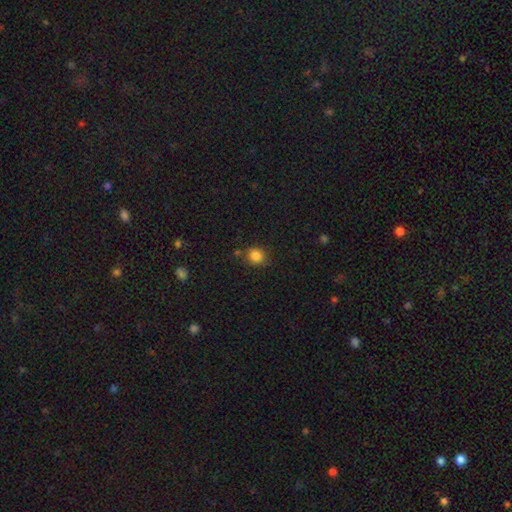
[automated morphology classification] This is clearly a smooth galaxy (84%). How rounded: clearly round (83%). Merging: likely none (80%).